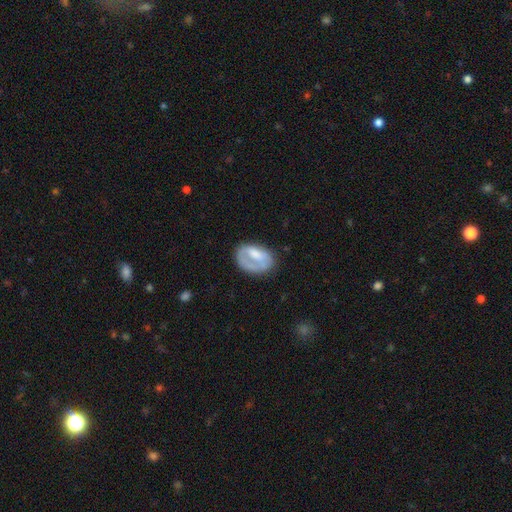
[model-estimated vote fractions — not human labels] smooth 52%, featured or disk 41%, star or artifact 7%. Down the decision tree: how rounded — in between (81%); merging — none (48%).